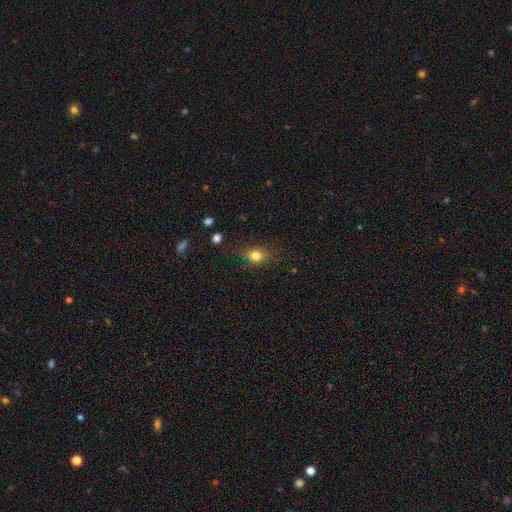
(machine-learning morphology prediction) Overall: smooth (80%). How rounded: in between (52%; round 46%). Merging: none (77%).